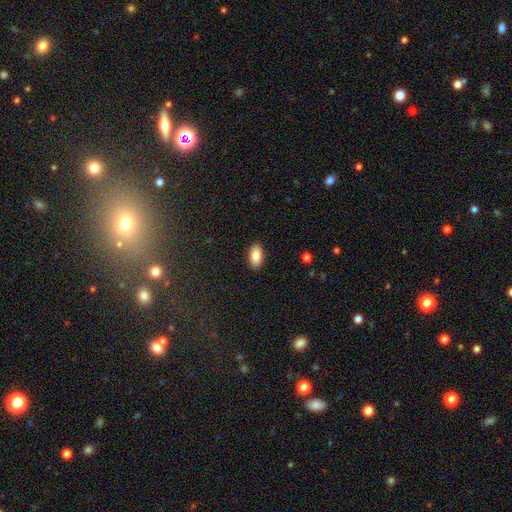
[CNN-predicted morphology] smooth 86%, star or artifact 7%, featured or disk 7%. Down the decision tree: how rounded — in between (94%); merging — none (89%).